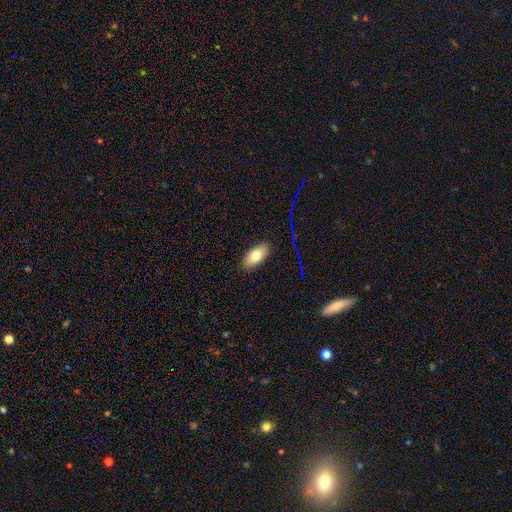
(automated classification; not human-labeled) The model was most divided on "smooth or featured": smooth: 75%, featured or disk: 16%, star or artifact: 9%. More confident: how rounded — in between (90%); merging — none (88%).